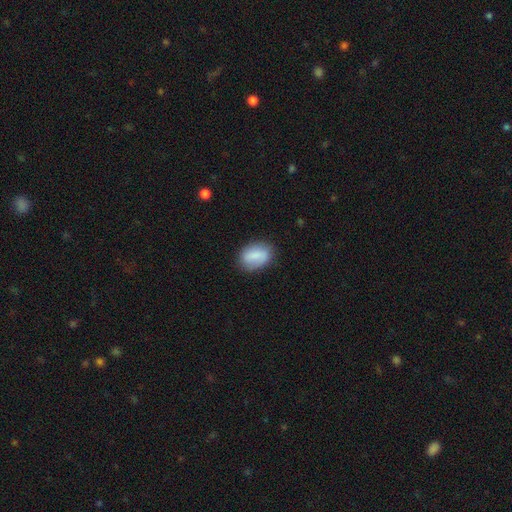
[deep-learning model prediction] This appears to be a smooth galaxy with no disk features (83%) that is in between round and cigar-shaped (80%). Merging: none (79%).